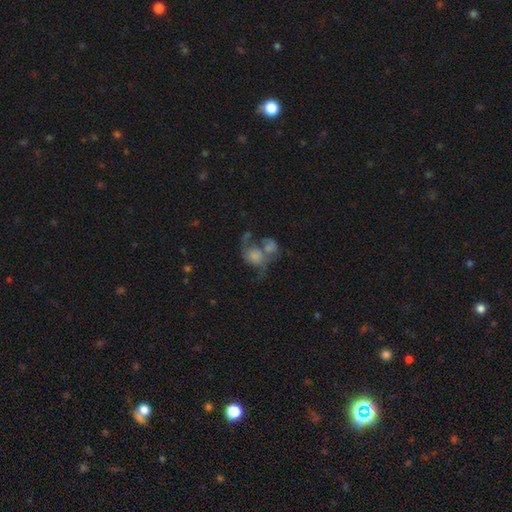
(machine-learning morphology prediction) Smooth or featured?
  - smooth: 47% *
  - featured or disk: 43%
  - star or artifact: 10%
Merging?
  - merger: 55% *
  - major disturbance: 19%
  - none: 17%
  - minor disturbance: 9%